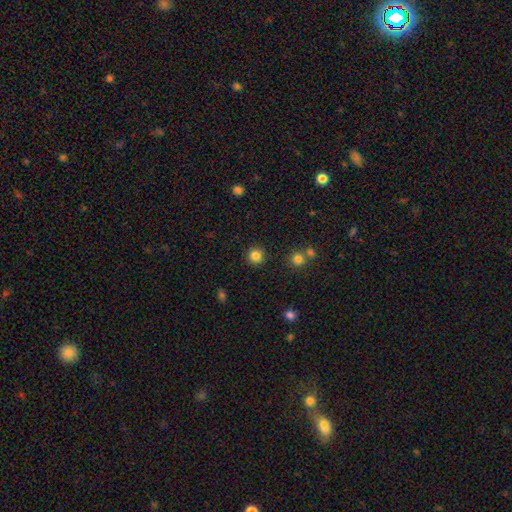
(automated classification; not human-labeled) Morphology: type=smooth (84%); roundness=round (94%); merging=none (90%).